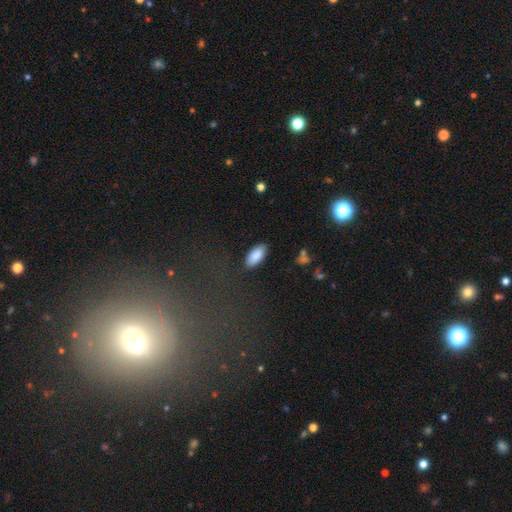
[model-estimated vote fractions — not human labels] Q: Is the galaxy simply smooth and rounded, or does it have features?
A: smooth — 88%.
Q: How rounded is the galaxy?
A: in between — 91%.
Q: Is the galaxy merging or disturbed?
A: none — 86%.